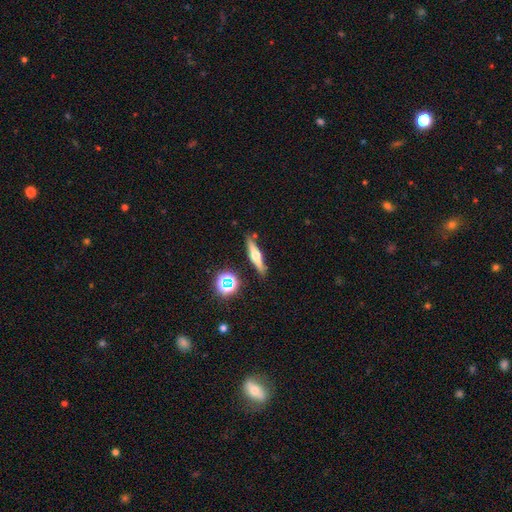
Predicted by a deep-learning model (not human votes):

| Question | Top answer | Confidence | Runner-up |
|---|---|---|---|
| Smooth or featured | featured or disk | 56% | smooth (34%) |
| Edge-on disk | yes | 94% | no (6%) |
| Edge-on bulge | rounded | 92% | boxy (4%) |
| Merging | none | 87% | minor disturbance (8%) |